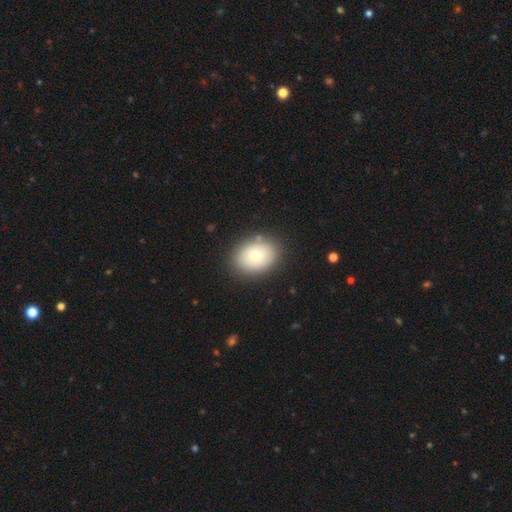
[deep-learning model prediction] A smooth galaxy with no disk features (74%) that is in between round and cigar-shaped (60%).

Vote fractions:
- Smooth or featured? smooth: 74% / featured or disk: 18% / star or artifact: 8%
- How rounded? in between: 60% / round: 39% / cigar-shaped: 1%
- Merging? none: 84% / minor disturbance: 10% / major disturbance: 3% / merger: 2%